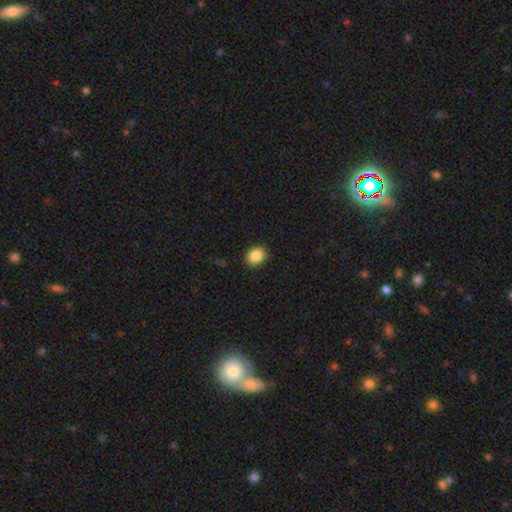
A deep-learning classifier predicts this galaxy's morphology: This appears to be a smooth galaxy with no disk features (88%) that is round (52%). Merging: none (87%).